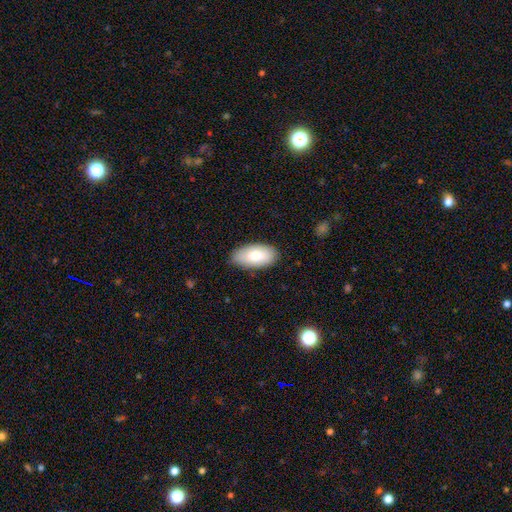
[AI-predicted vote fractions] This is likely a smooth galaxy (77%). How rounded: clearly in between (94%). Merging: clearly none (84%).